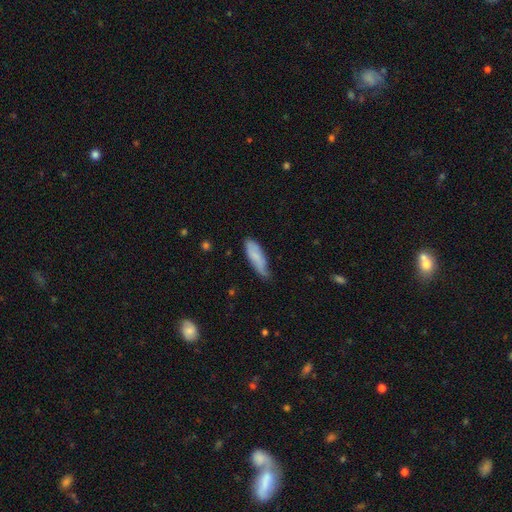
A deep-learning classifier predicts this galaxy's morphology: smooth 75%, featured or disk 19%, star or artifact 6%. Down the decision tree: how rounded — in between (52%); merging — none (51%).